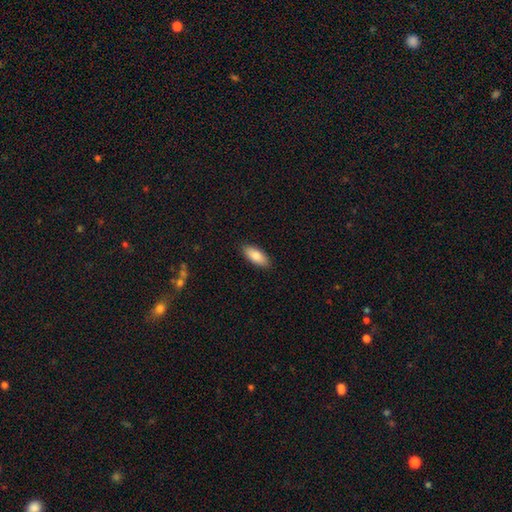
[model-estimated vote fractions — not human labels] Smooth or featured? smooth (85%)
How rounded? in between (82%)
Merging? none (89%)